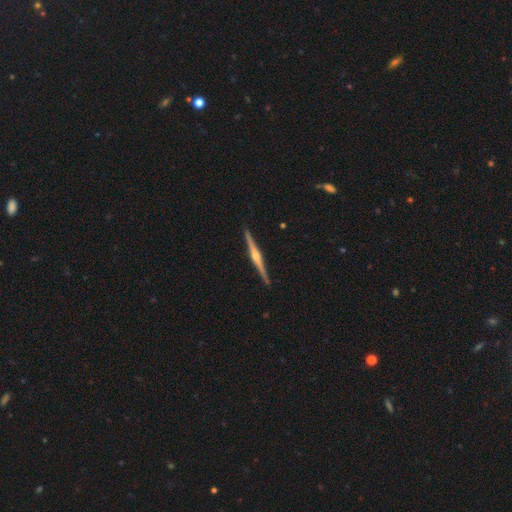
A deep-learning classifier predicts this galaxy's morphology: A featured or disk galaxy (85%) viewed edge-on (99%) with a rounded central bulge (87%). Merging: none (92%).